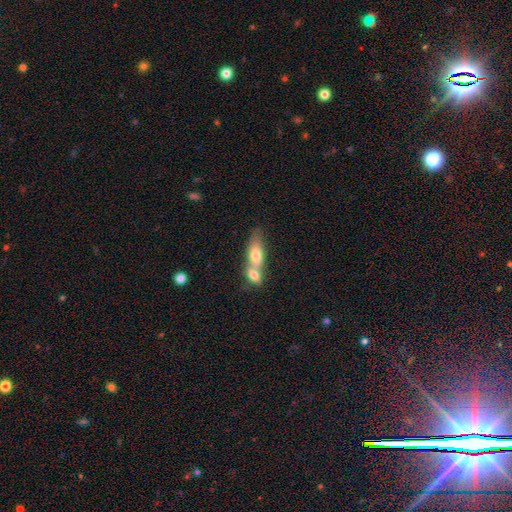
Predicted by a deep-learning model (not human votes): A smooth galaxy with no disk features (70%) that is in between round and cigar-shaped (68%).

Vote fractions:
- Smooth or featured? smooth: 70% / featured or disk: 23% / star or artifact: 7%
- How rounded? in between: 68% / cigar-shaped: 26% / round: 6%
- Merging? merger: 70% / none: 20% / minor disturbance: 7% / major disturbance: 4%